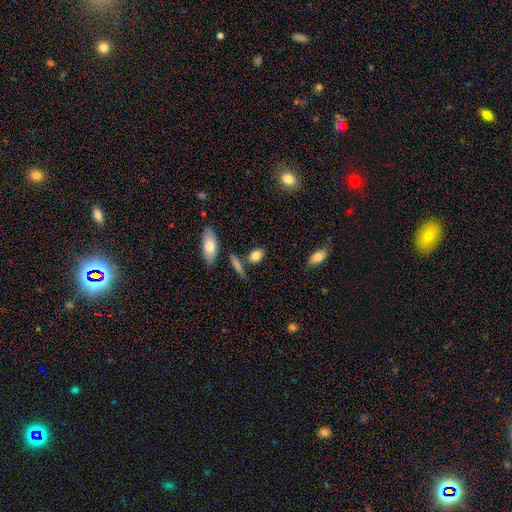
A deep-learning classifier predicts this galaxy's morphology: Smooth or featured?
  - smooth: 84% *
  - featured or disk: 9%
  - star or artifact: 8%
How rounded?
  - in between: 71% *
  - round: 24%
  - cigar-shaped: 6%
Merging?
  - none: 75% *
  - minor disturbance: 13%
  - merger: 8%
  - major disturbance: 4%